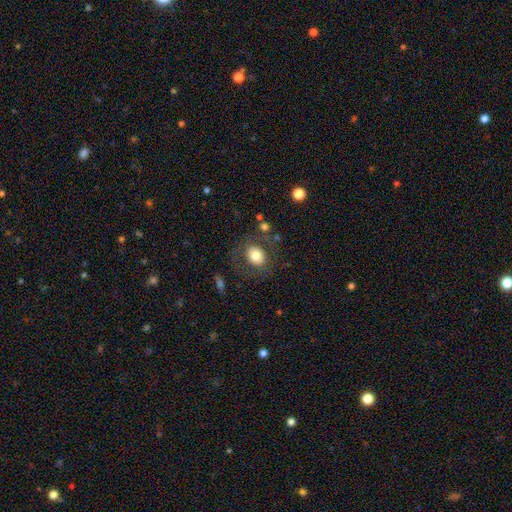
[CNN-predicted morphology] The model was most divided on "how rounded": round: 60%, in between: 39%, cigar-shaped: 1%. More confident: merging — none (74%); smooth or featured — smooth (74%).